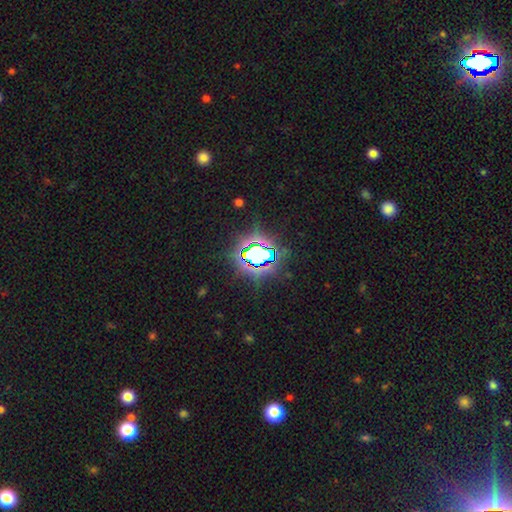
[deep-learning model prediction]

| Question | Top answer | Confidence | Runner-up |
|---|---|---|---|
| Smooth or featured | star or artifact | 72% | smooth (17%) |